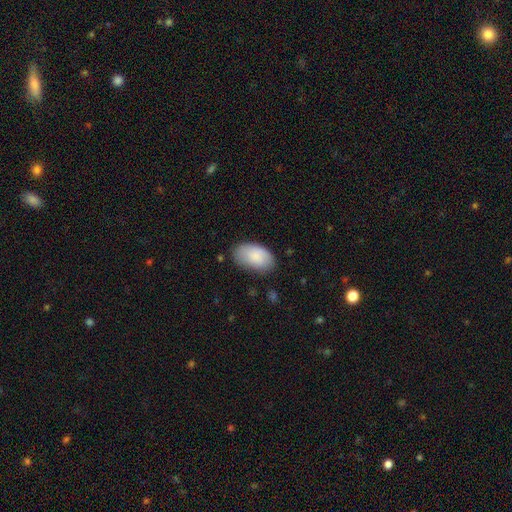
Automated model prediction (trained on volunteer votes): Smooth or featured? Predicted: smooth (p=0.85). How rounded? Predicted: in between (p=0.94). Merging? Predicted: none (p=0.74).